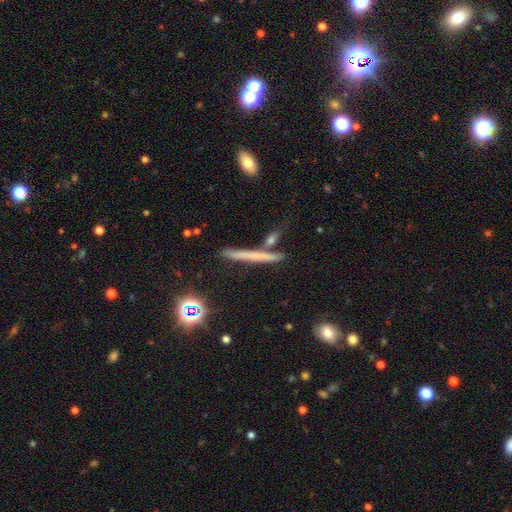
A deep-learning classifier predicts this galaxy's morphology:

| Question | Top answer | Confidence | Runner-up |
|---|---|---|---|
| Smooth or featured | featured or disk | 45% | smooth (43%) |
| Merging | none | 80% | minor disturbance (11%) |